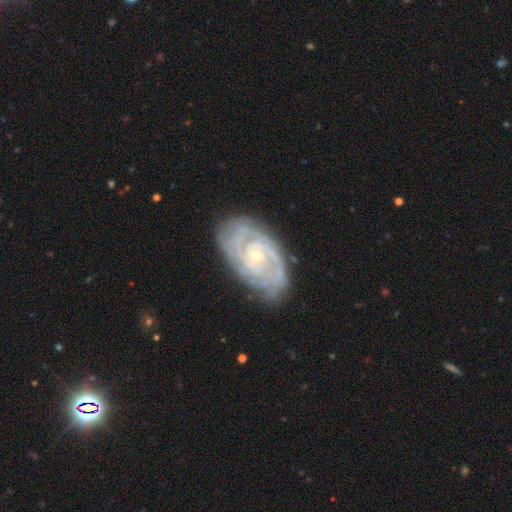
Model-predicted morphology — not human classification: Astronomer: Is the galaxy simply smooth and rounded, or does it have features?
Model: featured or disk — 89%.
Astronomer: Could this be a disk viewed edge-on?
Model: no — 96%.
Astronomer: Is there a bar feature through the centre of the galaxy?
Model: no — 67%.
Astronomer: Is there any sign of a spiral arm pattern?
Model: yes — 98%.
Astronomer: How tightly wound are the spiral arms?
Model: tight — 74%.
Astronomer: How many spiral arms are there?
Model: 2 — 36% (runner-up: 3, 23%).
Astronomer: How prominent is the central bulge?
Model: small — 74%.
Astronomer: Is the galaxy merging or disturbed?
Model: none — 76%.